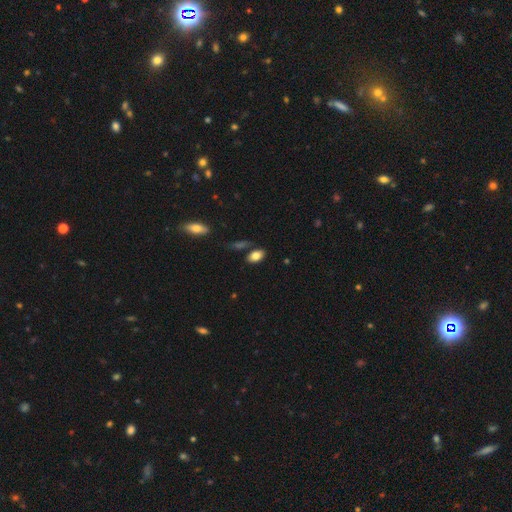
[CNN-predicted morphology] Q: Smooth or featured?
A: smooth (82%); runner-up: featured or disk (10%)
Q: How rounded?
A: in between (90%); runner-up: round (7%)
Q: Merging?
A: none (76%); runner-up: minor disturbance (14%)